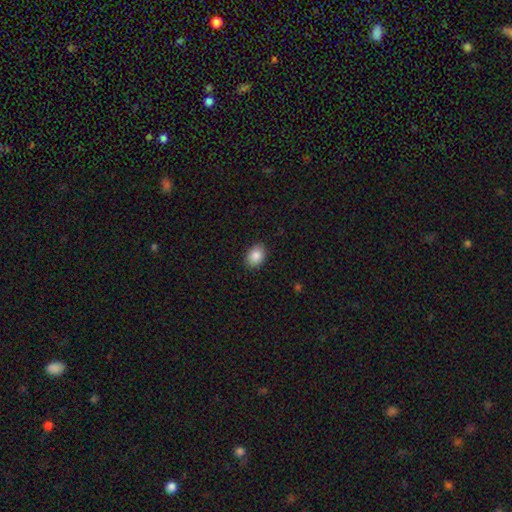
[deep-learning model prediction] Smooth or featured?
  - smooth: 87% *
  - star or artifact: 8%
  - featured or disk: 5%
How rounded?
  - in between: 72% *
  - round: 27%
  - cigar-shaped: 1%
Merging?
  - none: 89% *
  - minor disturbance: 8%
  - major disturbance: 2%
  - merger: 1%